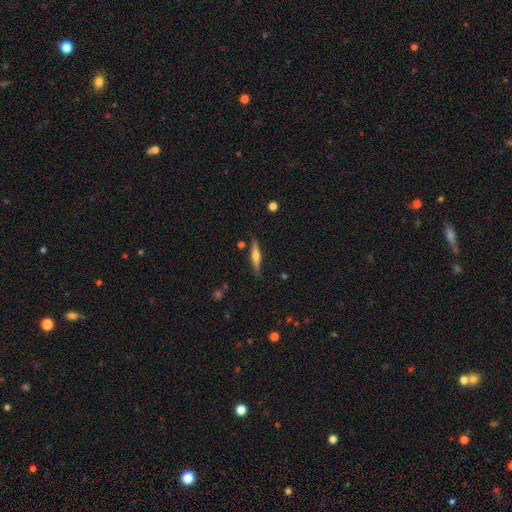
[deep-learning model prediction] Morphology: type=featured or disk (51%); edge-on=yes (95%); merging=none (85%).